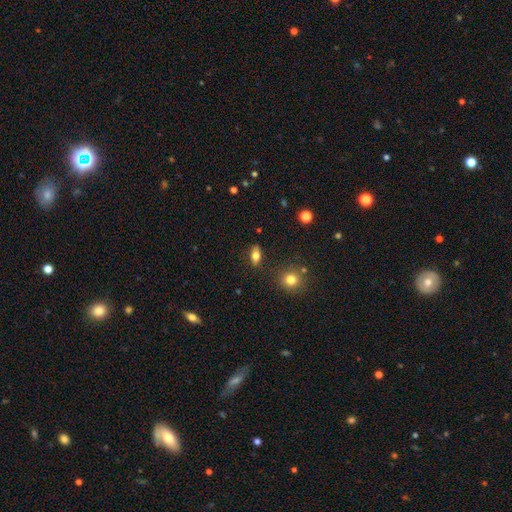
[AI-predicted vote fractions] This is likely a smooth galaxy (72%). How rounded: likely in between (80%). Merging: clearly none (85%).